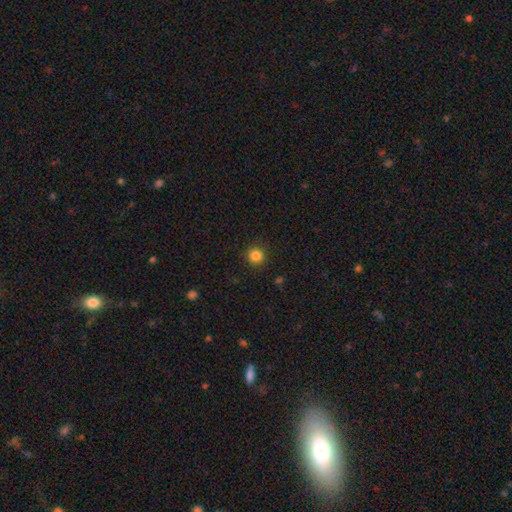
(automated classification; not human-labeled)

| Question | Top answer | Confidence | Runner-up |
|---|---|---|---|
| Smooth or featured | smooth | 85% | star or artifact (12%) |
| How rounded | round | 95% | in between (4%) |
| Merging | none | 91% | minor disturbance (6%) |